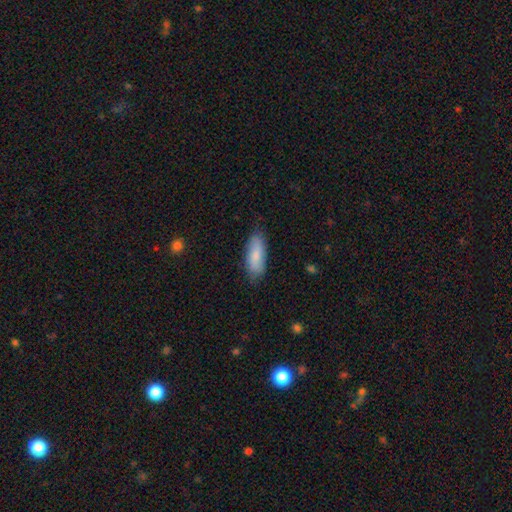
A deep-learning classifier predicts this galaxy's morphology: Smooth or featured? Predicted: smooth (p=0.83). How rounded? Predicted: in between (p=0.69). Merging? Predicted: none (p=0.79).